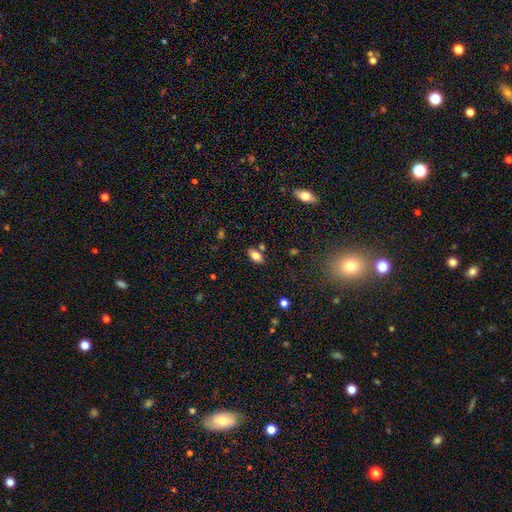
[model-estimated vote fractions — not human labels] A smooth galaxy with no disk features (81%) that is in between round and cigar-shaped (90%). Merging: none (77%).